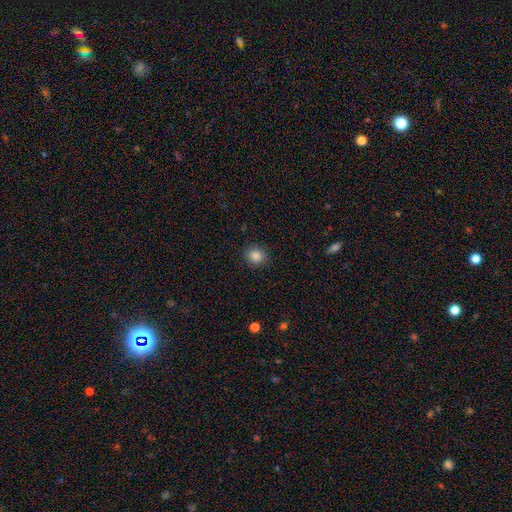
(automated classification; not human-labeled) This is clearly a smooth galaxy (86%). How rounded: likely round (74%). Merging: clearly none (89%).